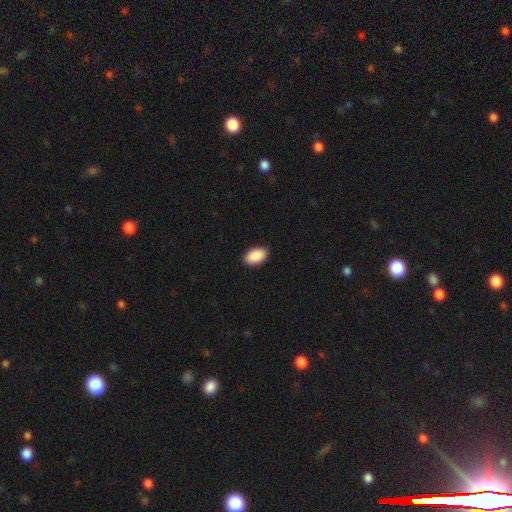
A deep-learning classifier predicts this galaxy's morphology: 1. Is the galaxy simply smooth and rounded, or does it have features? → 91% smooth, 6% star or artifact, 3% featured or disk.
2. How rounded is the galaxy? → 93% in between, 6% round, 1% cigar-shaped.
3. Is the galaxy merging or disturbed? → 90% none, 7% minor disturbance, 2% major disturbance, 1% merger.